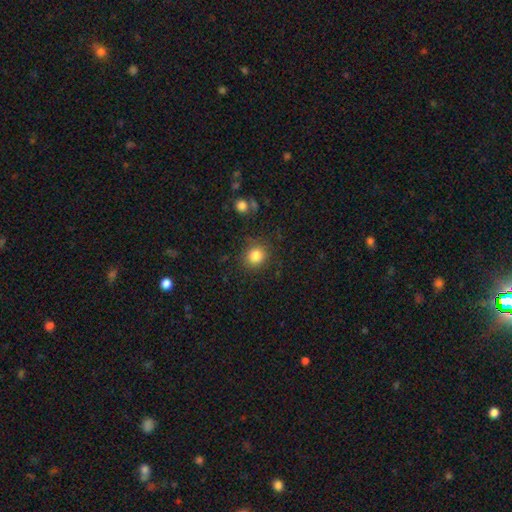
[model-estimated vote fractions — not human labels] This is clearly a smooth galaxy (83%). How rounded: clearly round (84%). Merging: clearly none (85%).